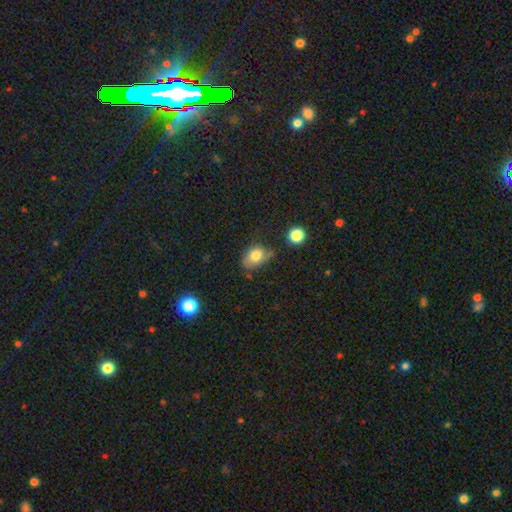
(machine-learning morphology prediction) Smooth or featured? Predicted: smooth (p=0.79). How rounded? Predicted: in between (p=0.71). Merging? Predicted: none (p=0.56).